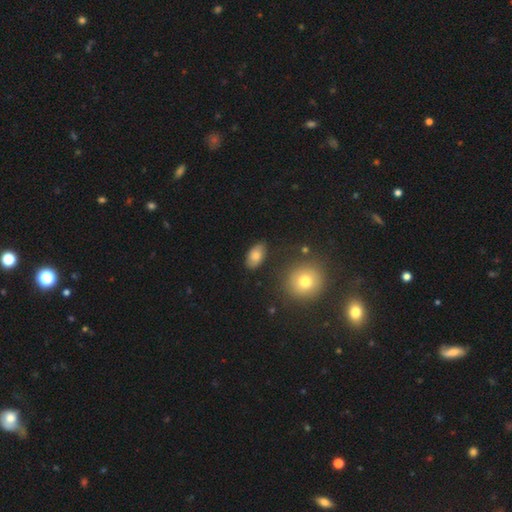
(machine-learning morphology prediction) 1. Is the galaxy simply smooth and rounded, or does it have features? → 77% smooth, 15% featured or disk, 8% star or artifact.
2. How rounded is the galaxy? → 91% in between, 7% round, 2% cigar-shaped.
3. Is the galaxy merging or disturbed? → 81% none, 13% minor disturbance, 3% major disturbance, 3% merger.